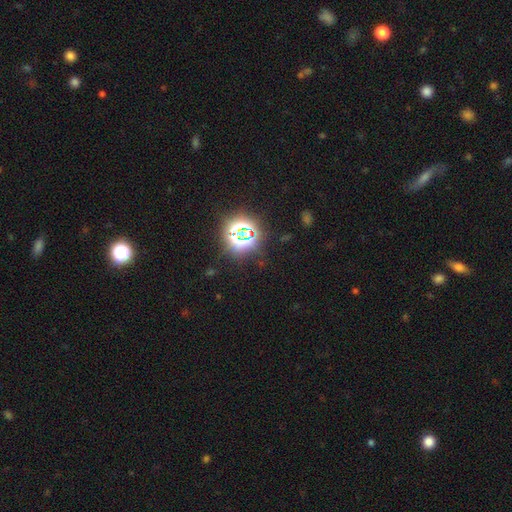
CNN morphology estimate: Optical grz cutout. It shows a star or artifact, not a galaxy (81%).